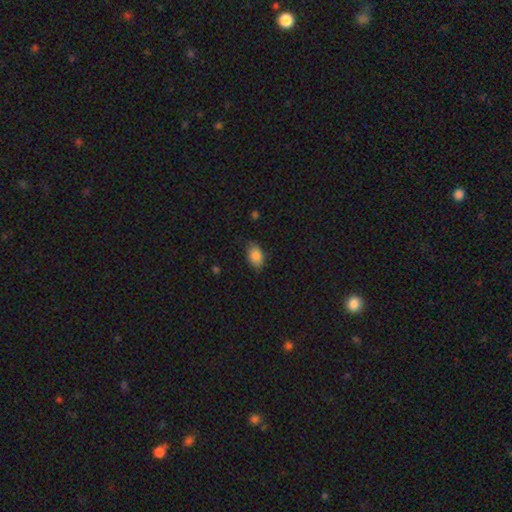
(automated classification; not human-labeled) Smooth or featured: smooth — 87% (star or artifact — 8%)
How rounded: in between — 87% (round — 11%)
Merging: none — 76% (minor disturbance — 19%)